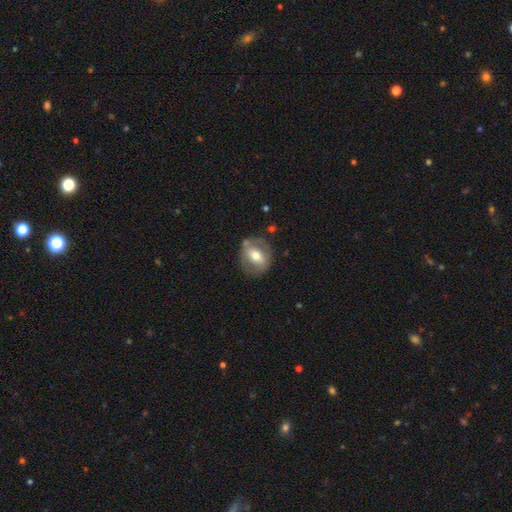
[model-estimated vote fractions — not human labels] Smooth or featured? smooth (53%)
How rounded? round (59%)
Merging? none (73%)